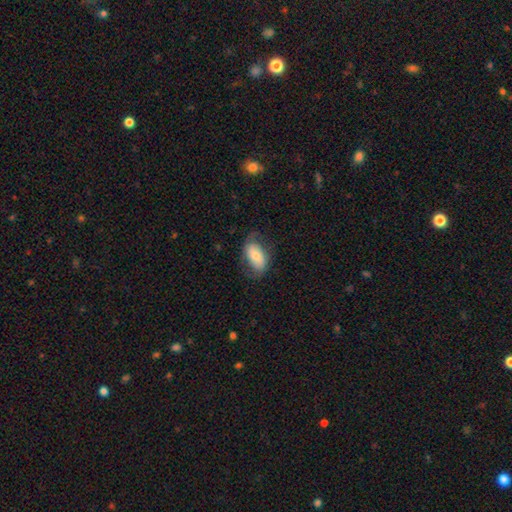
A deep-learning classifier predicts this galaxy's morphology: The model was most divided on "smooth or featured": smooth: 59%, featured or disk: 35%, star or artifact: 7%. More confident: how rounded — in between (92%); merging — none (63%).